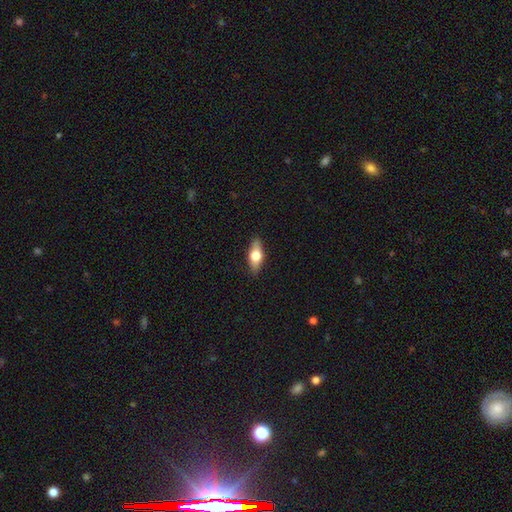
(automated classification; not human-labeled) smooth_or_featured: smooth (p=0.57) [alt: featured or disk p=0.37]
how_rounded: in between (p=0.72) [alt: cigar-shaped p=0.23]
merging: none (p=0.87) [alt: minor disturbance p=0.10]